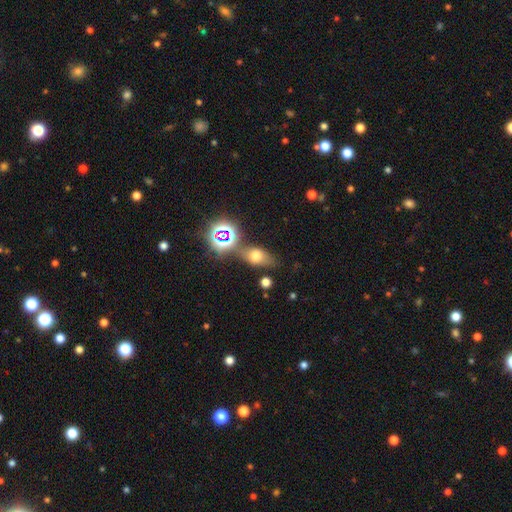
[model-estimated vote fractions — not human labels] A smooth galaxy with no disk features (57%) that is in between round and cigar-shaped (74%). Merging: none (66%).